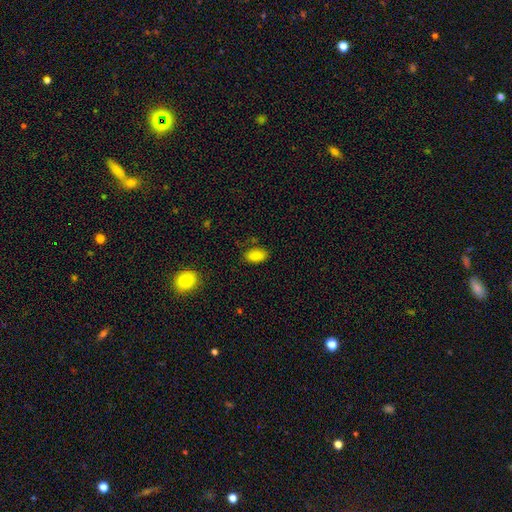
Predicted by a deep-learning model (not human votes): smooth_or_featured: smooth (p=0.86) [alt: star or artifact p=0.09]
how_rounded: in between (p=0.92) [alt: round p=0.06]
merging: none (p=0.80) [alt: minor disturbance p=0.14]